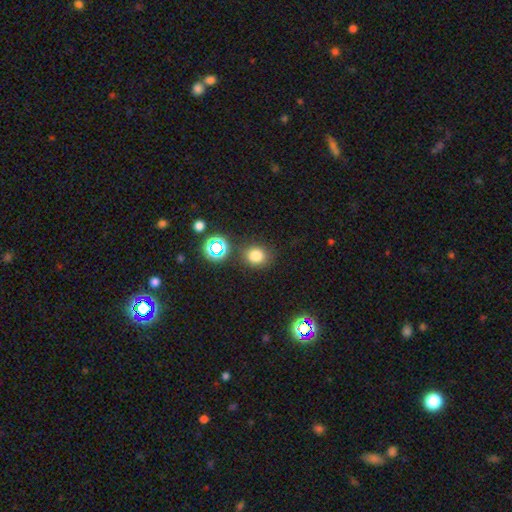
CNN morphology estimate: smooth_or_featured: smooth (p=0.75) [alt: star or artifact p=0.18]
how_rounded: round (p=0.78) [alt: in between p=0.21]
merging: none (p=0.82) [alt: minor disturbance p=0.10]